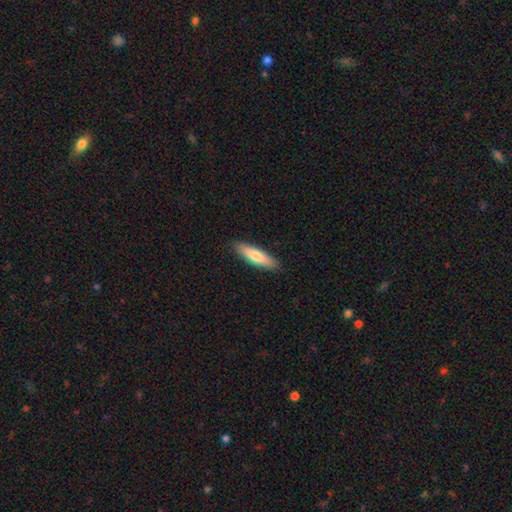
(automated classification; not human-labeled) This appears to be a smooth galaxy with no disk features (71%) that is cigar-shaped (69%). Merging: none (89%).